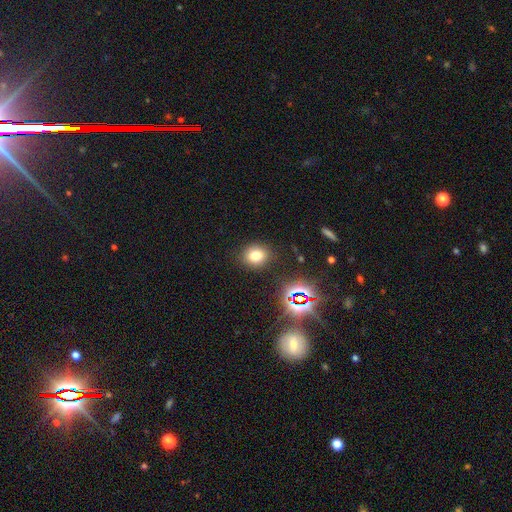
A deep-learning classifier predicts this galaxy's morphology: This is likely a smooth galaxy (74%). How rounded: likely round (67%). Merging: clearly none (86%).